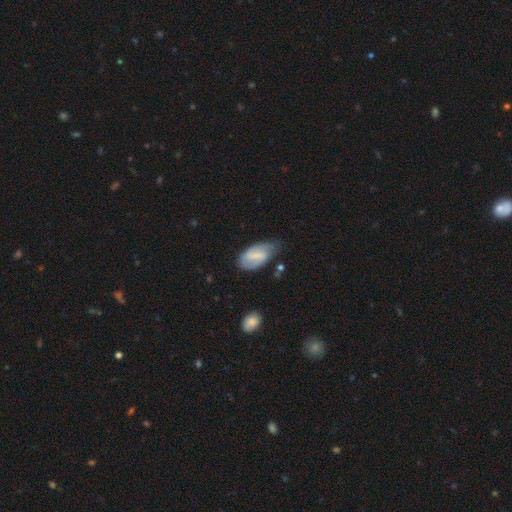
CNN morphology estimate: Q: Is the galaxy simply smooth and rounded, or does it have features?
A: featured or disk — 50%.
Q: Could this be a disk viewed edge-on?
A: no — 95%.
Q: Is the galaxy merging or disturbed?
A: none — 50%.